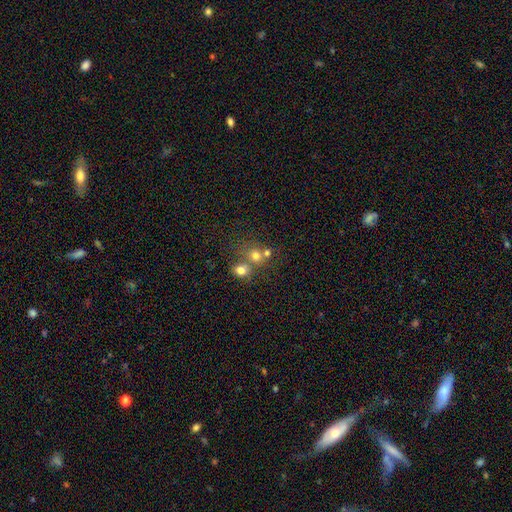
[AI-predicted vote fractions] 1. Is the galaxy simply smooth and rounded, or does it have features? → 71% smooth, 17% star or artifact, 12% featured or disk.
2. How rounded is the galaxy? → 81% round, 18% in between, 1% cigar-shaped.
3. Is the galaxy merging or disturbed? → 46% merger, 44% none, 7% minor disturbance, 4% major disturbance.